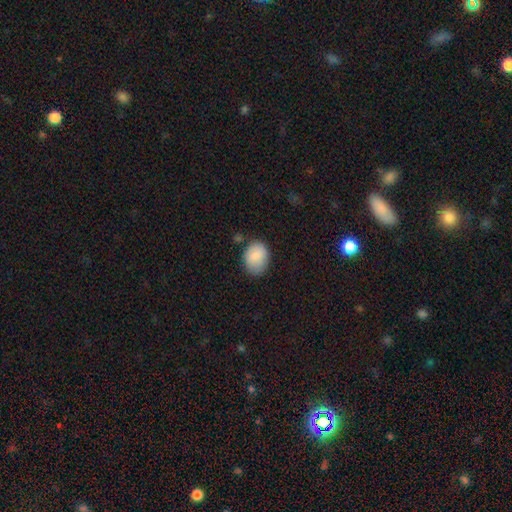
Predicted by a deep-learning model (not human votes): This is clearly a smooth galaxy (86%). How rounded: likely in between (64%). Merging: likely none (70%).